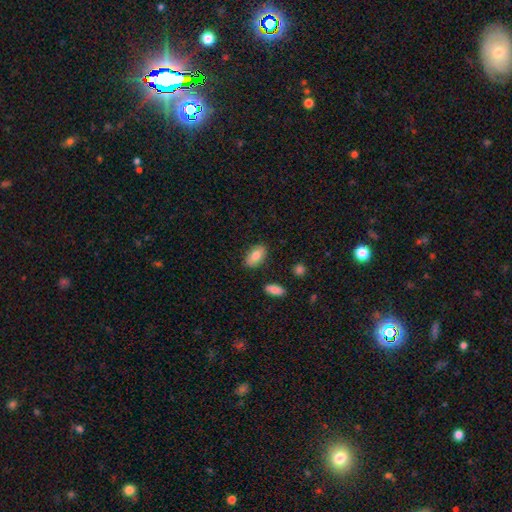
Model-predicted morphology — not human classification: Q: Smooth or featured?
A: smooth (79%); runner-up: featured or disk (14%)
Q: How rounded?
A: in between (91%); runner-up: cigar-shaped (5%)
Q: Merging?
A: none (85%); runner-up: minor disturbance (11%)